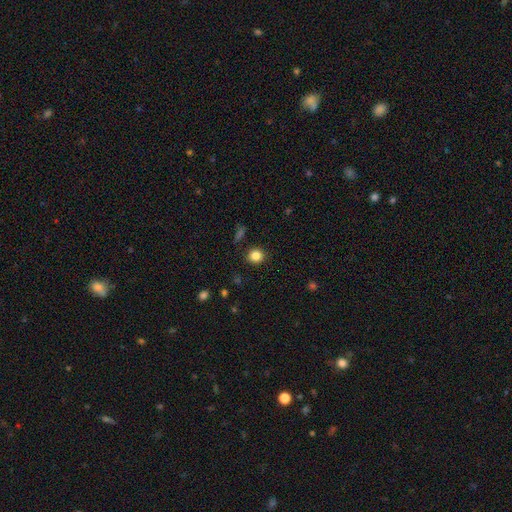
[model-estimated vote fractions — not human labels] Smooth or featured: smooth — 84% (star or artifact — 11%)
How rounded: round — 87% (in between — 12%)
Merging: none — 91% (minor disturbance — 6%)